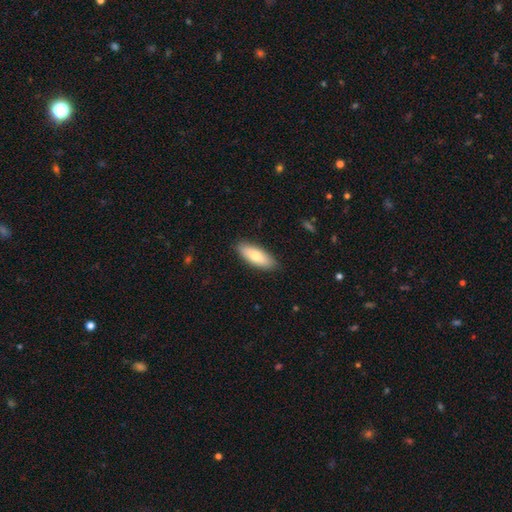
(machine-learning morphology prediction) Smooth or featured? smooth (71%)
How rounded? in between (72%)
Merging? none (88%)